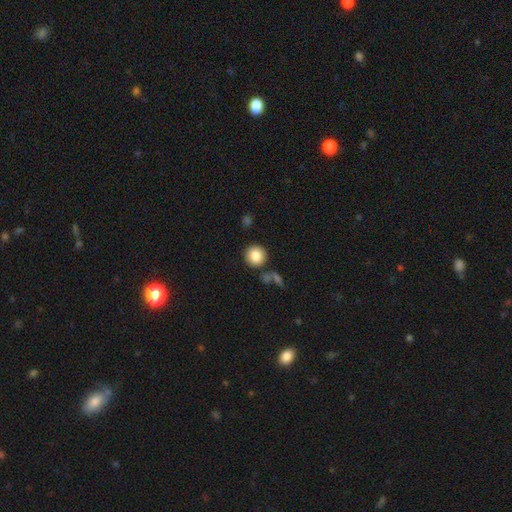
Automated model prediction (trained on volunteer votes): smooth_or_featured: smooth (p=0.84) [alt: star or artifact p=0.08]
how_rounded: round (p=0.92) [alt: in between p=0.07]
merging: none (p=0.82) [alt: minor disturbance p=0.08]